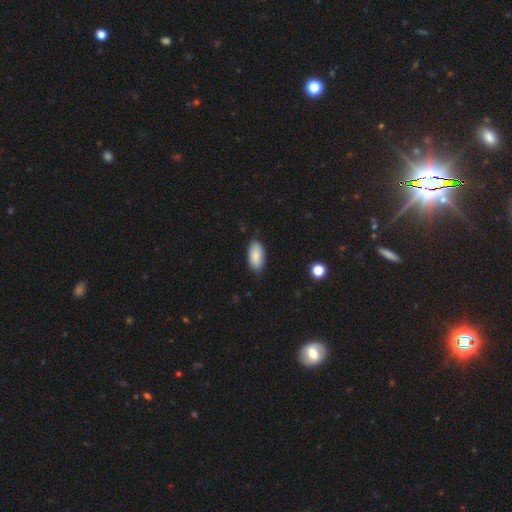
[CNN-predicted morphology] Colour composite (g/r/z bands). It shows a smooth galaxy with no disk features (86%) that is in between round and cigar-shaped (93%). Merging: none (84%).